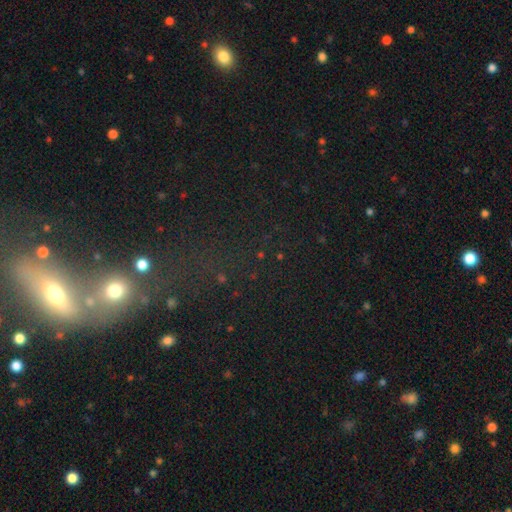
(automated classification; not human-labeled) smooth-or-featured: star or artifact: 42% | smooth: 36% | featured or disk: 23%